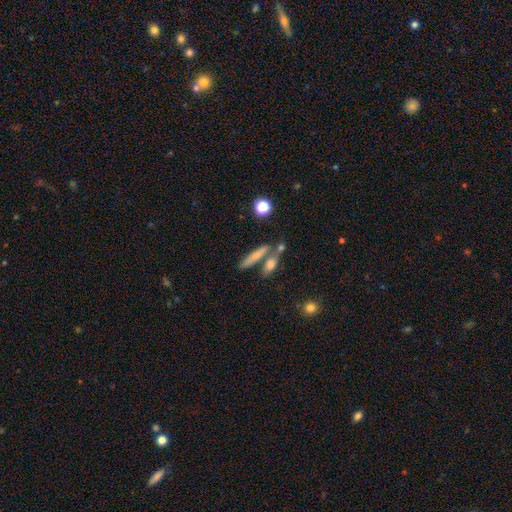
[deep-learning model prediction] A smooth galaxy with no disk features (67%) that is cigar-shaped (76%). Merging: none (58%).